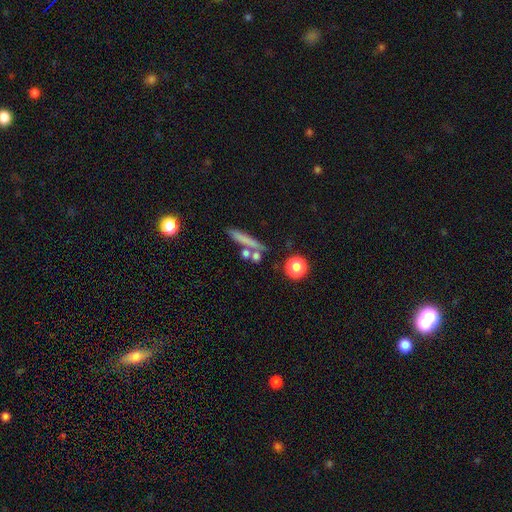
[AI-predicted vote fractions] This is possibly a smooth galaxy (57%). How rounded: likely cigar-shaped (69%). Merging: likely none (78%).